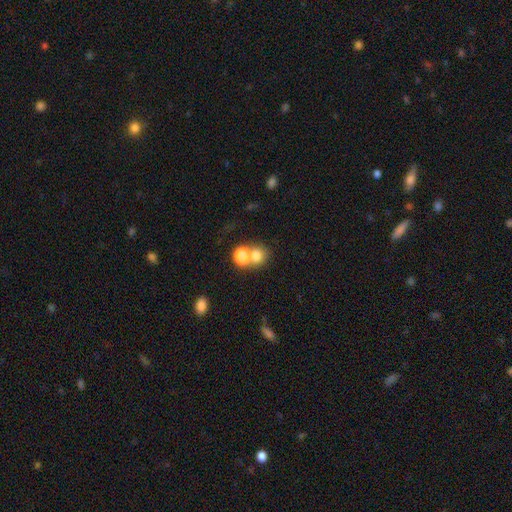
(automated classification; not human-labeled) Smooth or featured?
  - smooth: 76% *
  - star or artifact: 13%
  - featured or disk: 11%
How rounded?
  - round: 74% *
  - in between: 25%
  - cigar-shaped: 1%
Merging?
  - merger: 48% *
  - none: 41%
  - minor disturbance: 7%
  - major disturbance: 4%